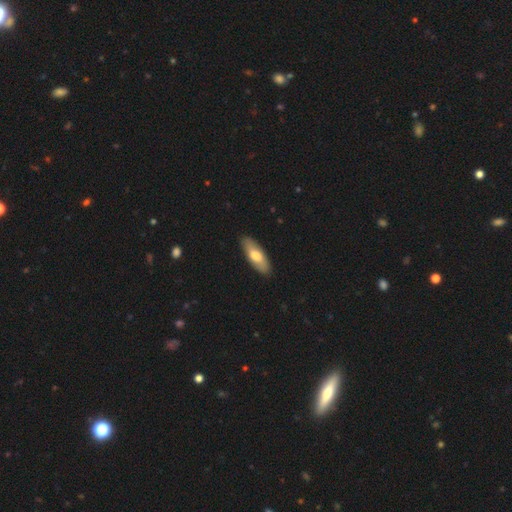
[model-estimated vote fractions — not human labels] Overall: smooth (68%). How rounded: in between (71%). Merging: none (89%).